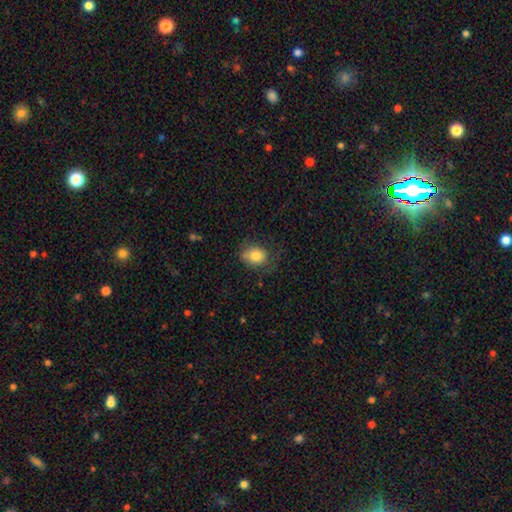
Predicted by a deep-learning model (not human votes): This appears to be a smooth galaxy with no disk features (80%) that is in between round and cigar-shaped (56%). Merging: none (64%).